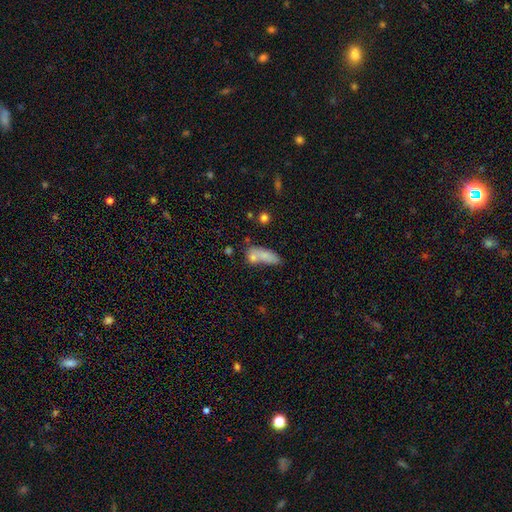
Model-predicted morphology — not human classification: smooth_or_featured: smooth (p=0.75) [alt: featured or disk p=0.14]
how_rounded: in between (p=0.65) [alt: cigar-shaped p=0.27]
merging: none (p=0.39) [alt: merger p=0.37]